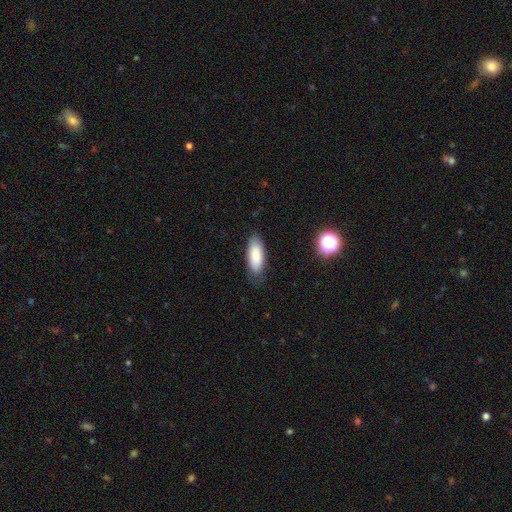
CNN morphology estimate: type=smooth (85%); roundness=in between (76%); merging=none (78%).